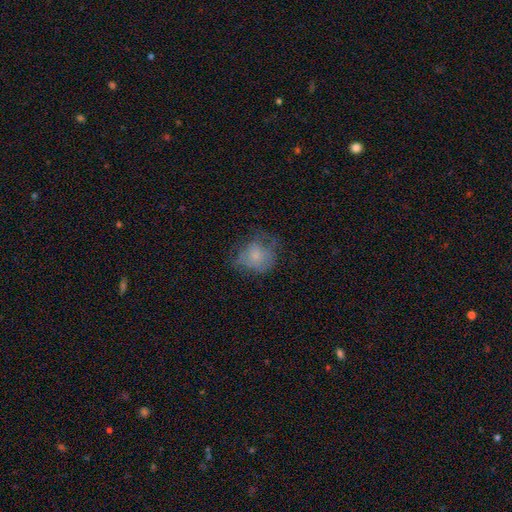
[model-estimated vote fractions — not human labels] Smooth or featured? smooth (66%)
How rounded? round (67%)
Merging? none (46%)